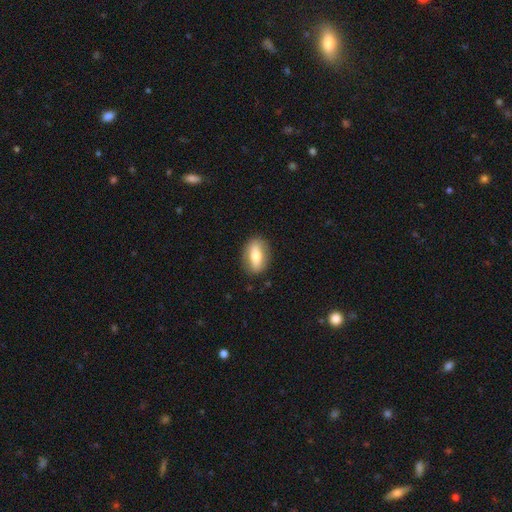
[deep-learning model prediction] Q: Smooth or featured?
A: smooth (62%); runner-up: featured or disk (31%)
Q: How rounded?
A: in between (80%); runner-up: round (10%)
Q: Merging?
A: none (84%); runner-up: minor disturbance (11%)